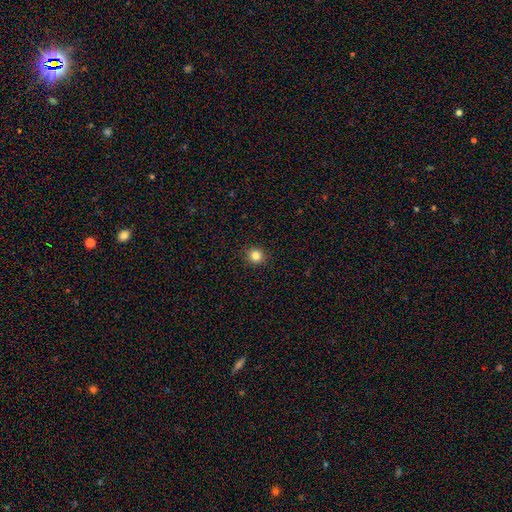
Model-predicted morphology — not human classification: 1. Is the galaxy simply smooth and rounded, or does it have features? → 83% smooth, 12% star or artifact, 5% featured or disk.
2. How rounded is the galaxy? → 88% round, 11% in between, 1% cigar-shaped.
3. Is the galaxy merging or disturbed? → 92% none, 6% minor disturbance, 2% major disturbance, 1% merger.